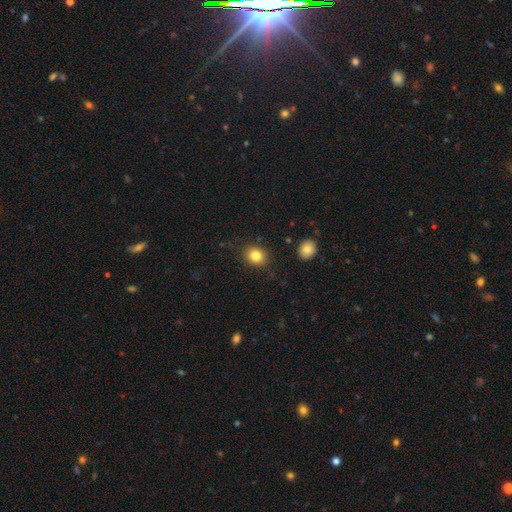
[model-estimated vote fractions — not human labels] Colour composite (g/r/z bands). It shows a smooth galaxy with no disk features (83%) that is round (69%). Merging: none (88%).